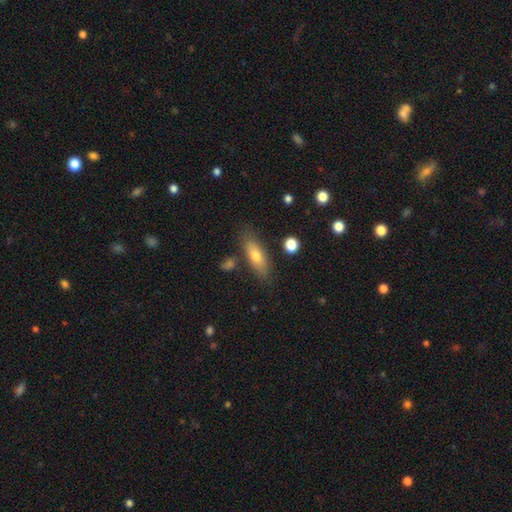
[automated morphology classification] Smooth or featured?
  - smooth: 67% *
  - featured or disk: 26%
  - star or artifact: 7%
How rounded?
  - in between: 58% *
  - cigar-shaped: 38%
  - round: 4%
Merging?
  - none: 79% *
  - minor disturbance: 14%
  - merger: 5%
  - major disturbance: 3%